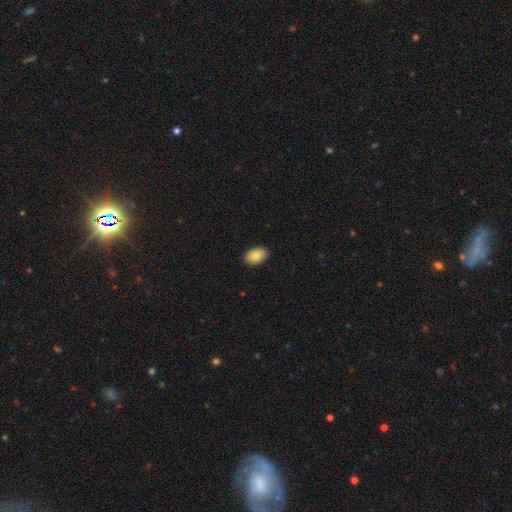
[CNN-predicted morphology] This is clearly a smooth galaxy (84%). How rounded: clearly in between (90%). Merging: clearly none (90%).